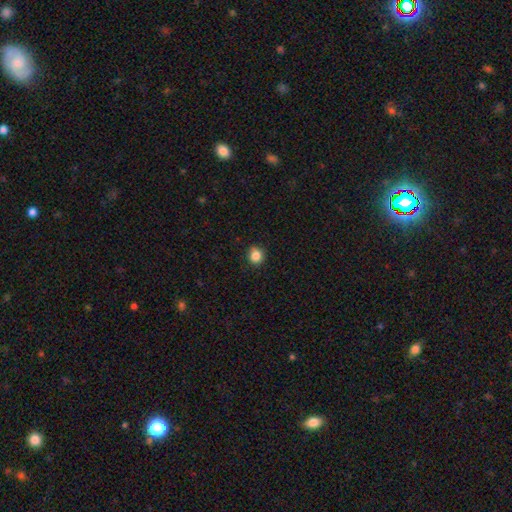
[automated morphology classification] This appears to be a smooth galaxy with no disk features (86%) that is round (86%). Merging: none (90%).